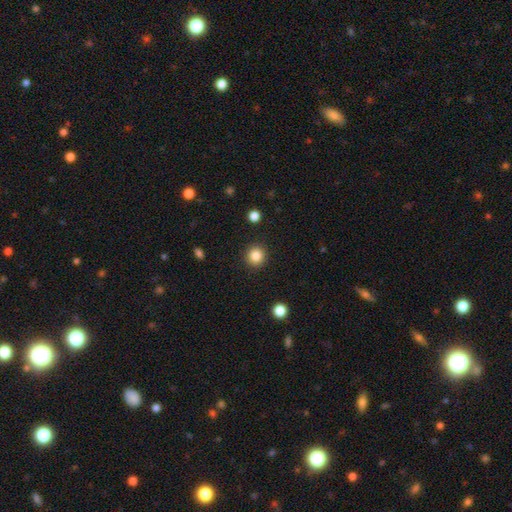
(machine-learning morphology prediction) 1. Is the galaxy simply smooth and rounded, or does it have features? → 85% smooth, 10% star or artifact, 5% featured or disk.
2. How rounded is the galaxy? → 93% round, 6% in between, 1% cigar-shaped.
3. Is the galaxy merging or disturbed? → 91% none, 5% minor disturbance, 2% major disturbance, 1% merger.